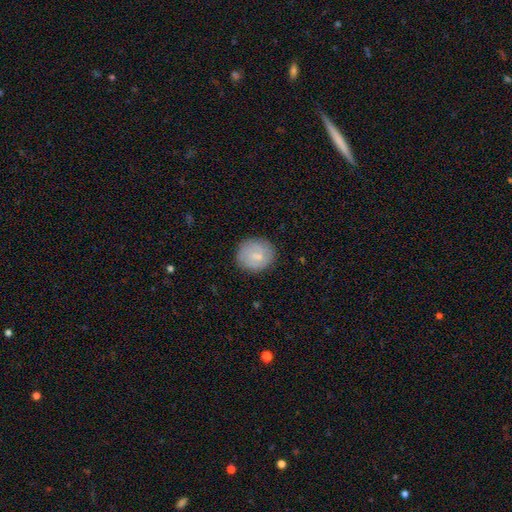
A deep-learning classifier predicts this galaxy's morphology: A smooth galaxy with no disk features (71%) that is round (82%).

Vote fractions:
- Smooth or featured? smooth: 71% / featured or disk: 22% / star or artifact: 7%
- How rounded? round: 82% / in between: 17% / cigar-shaped: 1%
- Merging? none: 84% / minor disturbance: 12% / major disturbance: 3% / merger: 1%